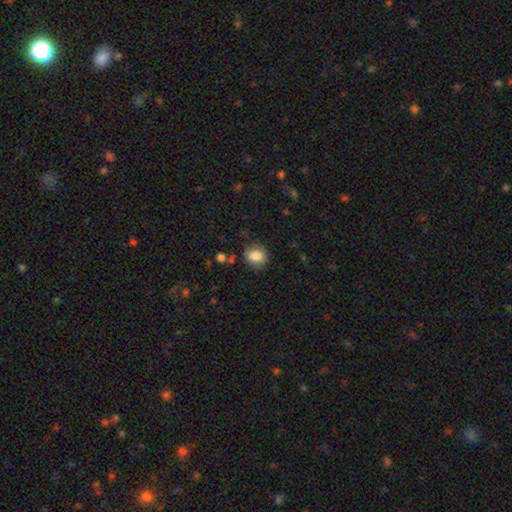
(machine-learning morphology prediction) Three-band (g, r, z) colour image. It shows a smooth galaxy with no disk features (85%) that is round (53%). Merging: none (79%).